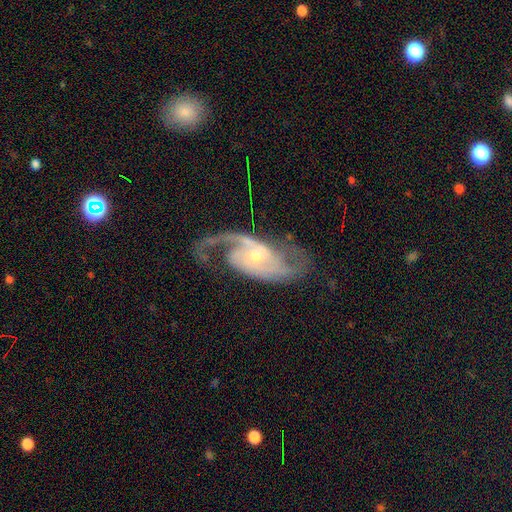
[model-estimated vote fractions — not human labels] A featured or disk galaxy (91%) with no bar (56%), 2 (83%) medium (53%) spiral arms (98%) and a small central bulge (58%).

Vote fractions:
- Smooth or featured? featured or disk: 91% / star or artifact: 5% / smooth: 4%
- Edge-on disk? no: 96% / yes: 4%
- Bar? no: 56% / weak: 34% / strong: 11%
- Spiral arms? yes: 98% / no: 2%
- Spiral winding? medium: 53% / loose: 24% / tight: 23%
- Spiral arm count? 2: 83% / 3: 5% / can't tell: 4% / 1: 4% / 4: 2% / more than 4: 2%
- Bulge size? small: 58% / moderate: 38% / large: 2% / none: 1% / dominant: 1%
- Merging? none: 69% / minor disturbance: 17% / major disturbance: 12% / merger: 2%